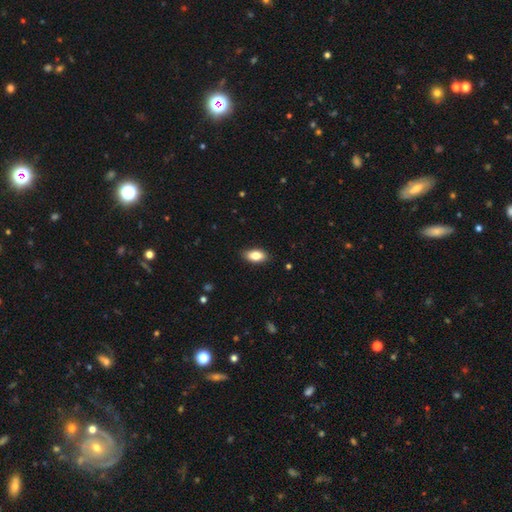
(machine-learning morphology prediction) A smooth galaxy with no disk features (82%) that is in between round and cigar-shaped (90%).

Vote fractions:
- Smooth or featured? smooth: 82% / featured or disk: 11% / star or artifact: 7%
- How rounded? in between: 90% / cigar-shaped: 6% / round: 4%
- Merging? none: 88% / minor disturbance: 9% / major disturbance: 2% / merger: 1%